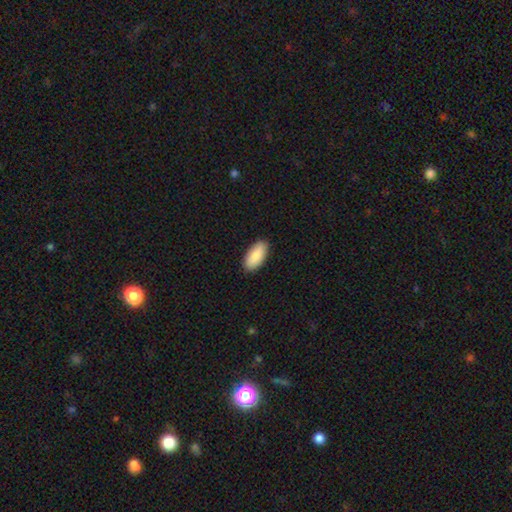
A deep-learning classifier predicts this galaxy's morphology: Smooth or featured?
  - smooth: 87% *
  - featured or disk: 7%
  - star or artifact: 6%
How rounded?
  - in between: 93% *
  - cigar-shaped: 6%
  - round: 2%
Merging?
  - none: 90% *
  - minor disturbance: 8%
  - major disturbance: 2%
  - merger: 1%